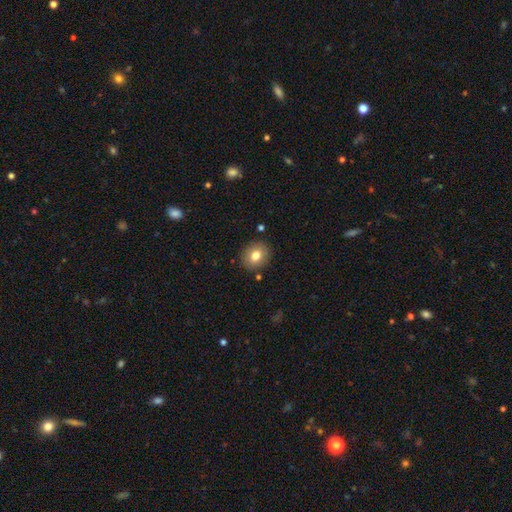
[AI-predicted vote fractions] A smooth galaxy with no disk features (77%) that is round (69%).

Vote fractions:
- Smooth or featured? smooth: 77% / featured or disk: 13% / star or artifact: 10%
- How rounded? round: 69% / in between: 30% / cigar-shaped: 1%
- Merging? none: 86% / minor disturbance: 9% / major disturbance: 2% / merger: 2%